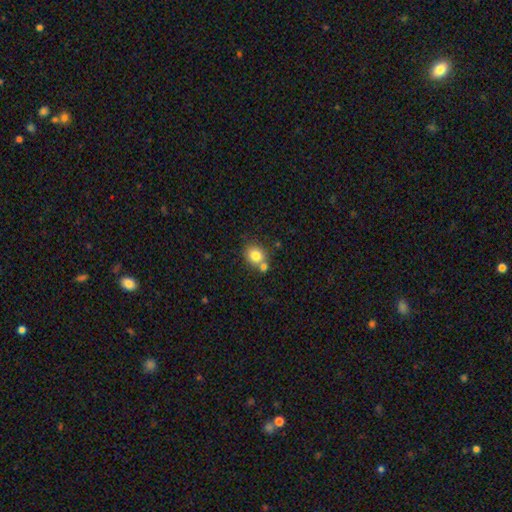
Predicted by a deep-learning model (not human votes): Smooth or featured: smooth — 80% (star or artifact — 10%)
How rounded: round — 72% (in between — 27%)
Merging: none — 58% (merger — 28%)